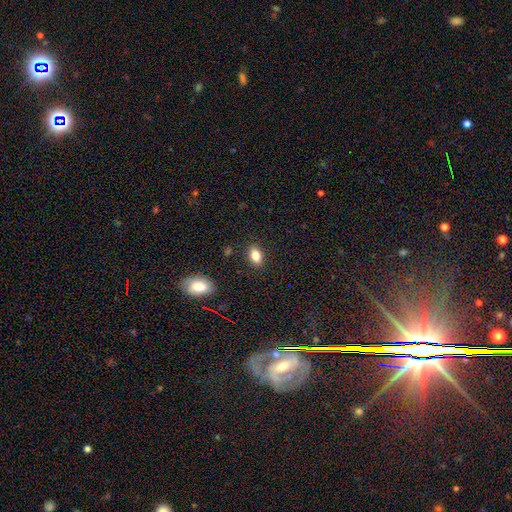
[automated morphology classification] smooth-or-featured: smooth: 83% | star or artifact: 9% | featured or disk: 8%
  how-rounded: in between: 87% | round: 11% | cigar-shaped: 3%
  merging: none: 87% | minor disturbance: 9% | major disturbance: 2% | merger: 2%